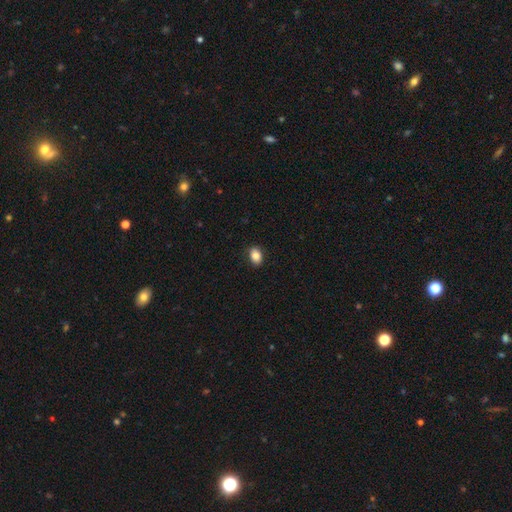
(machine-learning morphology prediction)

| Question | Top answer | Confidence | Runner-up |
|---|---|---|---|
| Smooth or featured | smooth | 85% | star or artifact (8%) |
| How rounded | in between | 80% | round (19%) |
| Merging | none | 88% | minor disturbance (9%) |